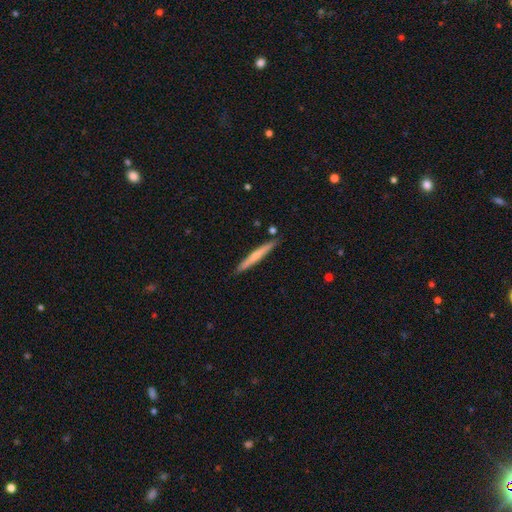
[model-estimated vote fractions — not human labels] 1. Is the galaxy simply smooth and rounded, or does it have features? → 58% smooth, 37% featured or disk, 5% star or artifact.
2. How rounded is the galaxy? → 96% cigar-shaped, 2% in between, 1% round.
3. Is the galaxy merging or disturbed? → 88% none, 8% minor disturbance, 2% merger, 1% major disturbance.